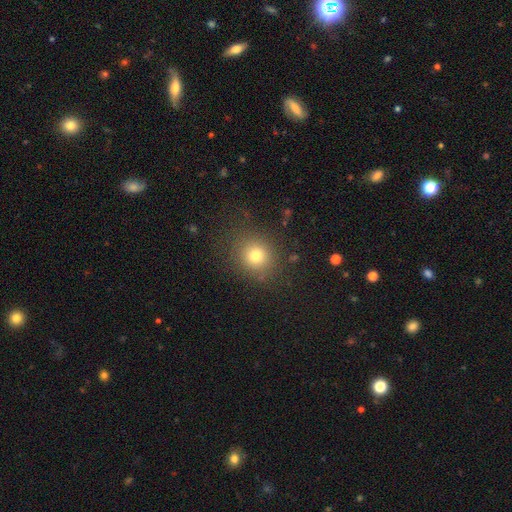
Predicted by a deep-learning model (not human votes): A smooth galaxy with no disk features (77%) that is round (84%). Merging: none (83%).